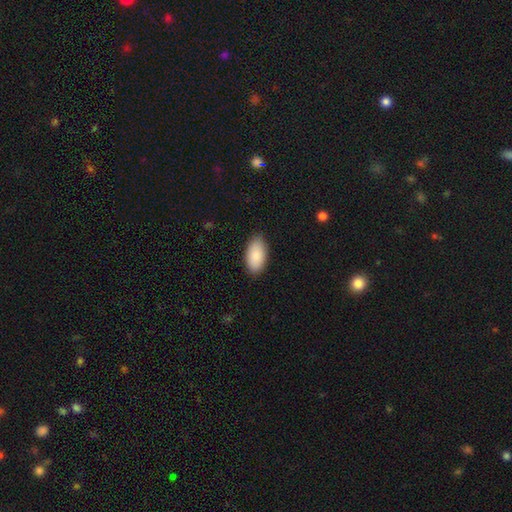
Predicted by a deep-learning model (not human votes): A smooth galaxy with no disk features (88%) that is in between round and cigar-shaped (95%).

Vote fractions:
- Smooth or featured? smooth: 88% / featured or disk: 6% / star or artifact: 6%
- How rounded? in between: 95% / cigar-shaped: 2% / round: 2%
- Merging? none: 86% / minor disturbance: 11% / major disturbance: 2% / merger: 1%